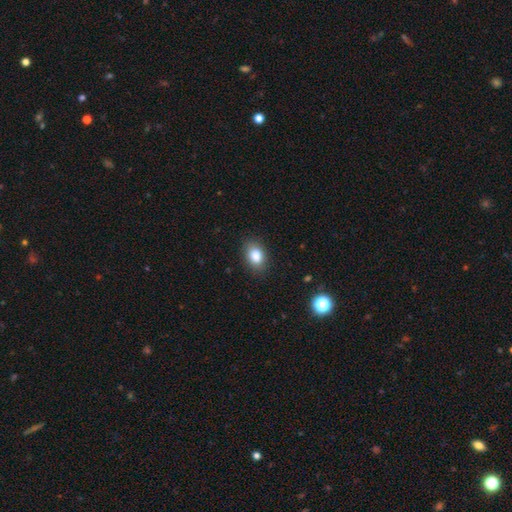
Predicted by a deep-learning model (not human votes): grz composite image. It shows a smooth galaxy with no disk features (85%) that is in between round and cigar-shaped (81%). Merging: none (83%).